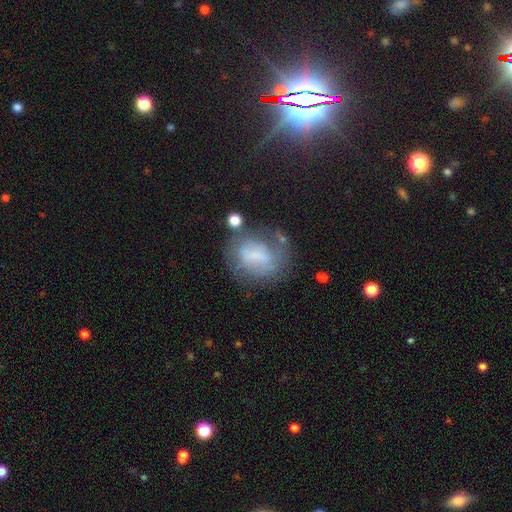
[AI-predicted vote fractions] This appears to be a featured or disk galaxy (45%). Merging: none (46%).